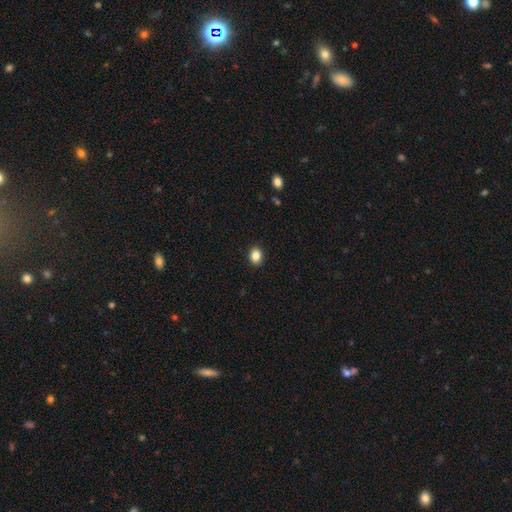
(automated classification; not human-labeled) This appears to be a smooth galaxy with no disk features (85%) that is in between round and cigar-shaped (55%). Merging: none (91%).